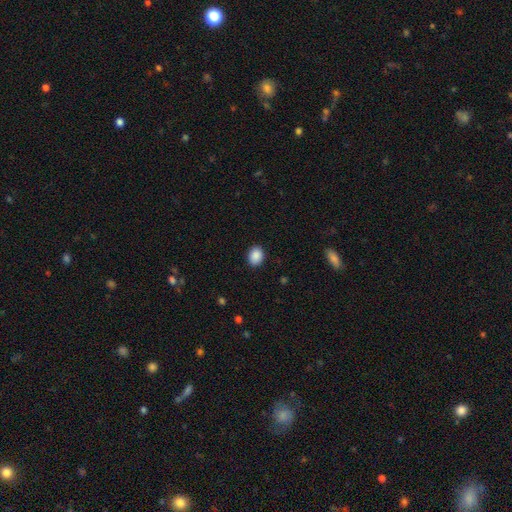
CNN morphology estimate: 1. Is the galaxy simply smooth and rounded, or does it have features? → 89% smooth, 8% star or artifact, 3% featured or disk.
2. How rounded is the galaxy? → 60% in between, 39% round, 1% cigar-shaped.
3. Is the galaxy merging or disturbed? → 90% none, 7% minor disturbance, 2% major disturbance, 1% merger.